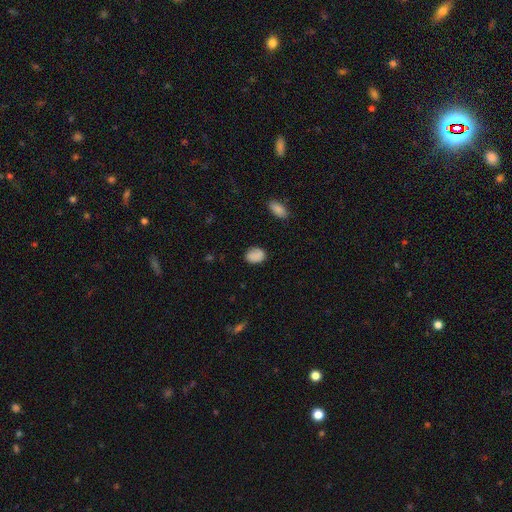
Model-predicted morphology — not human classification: smooth-or-featured: smooth: 84% | star or artifact: 8% | featured or disk: 7%
  how-rounded: in between: 68% | round: 31% | cigar-shaped: 1%
  merging: none: 77% | minor disturbance: 17% | major disturbance: 4% | merger: 2%